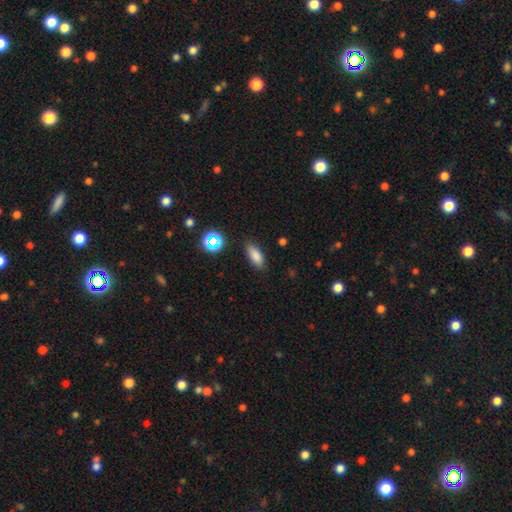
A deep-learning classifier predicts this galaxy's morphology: Smooth or featured? Predicted: smooth (p=0.81). How rounded? Predicted: in between (p=0.78). Merging? Predicted: none (p=0.82).